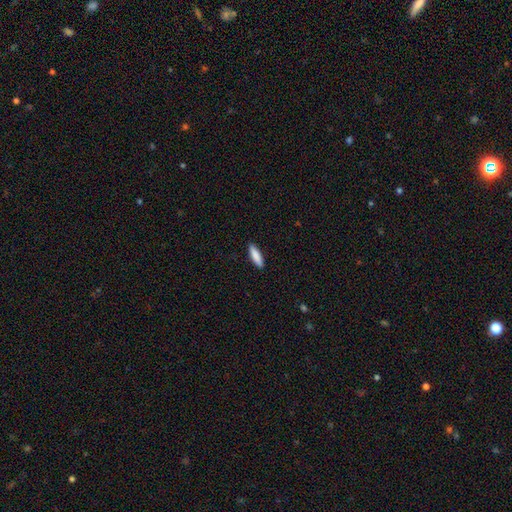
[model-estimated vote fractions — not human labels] This appears to be a smooth galaxy with no disk features (87%) that is cigar-shaped (61%). Merging: none (90%).